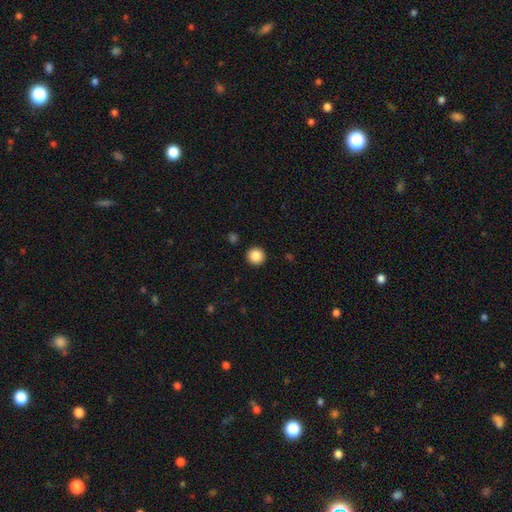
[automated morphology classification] Smooth or featured? Predicted: smooth (p=0.86). How rounded? Predicted: round (p=0.95). Merging? Predicted: none (p=0.93).